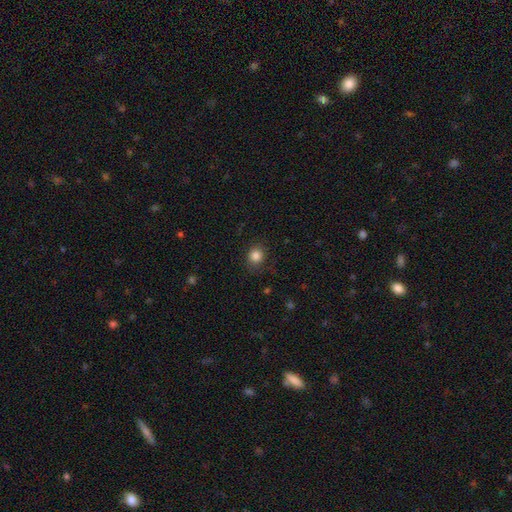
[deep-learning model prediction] smooth 84%, star or artifact 11%, featured or disk 5%. Down the decision tree: how rounded — round (79%); merging — none (84%).